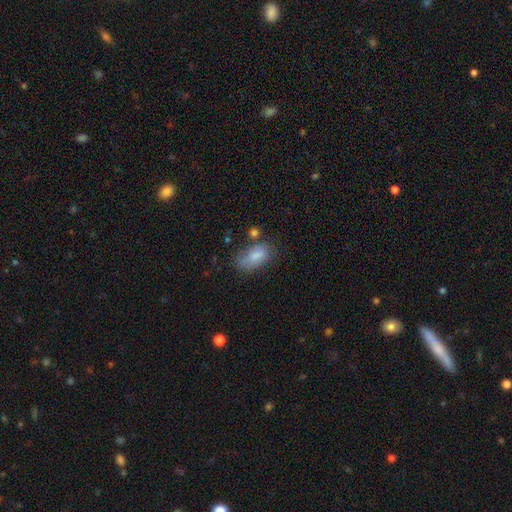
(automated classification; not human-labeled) smooth-or-featured: smooth: 82% | featured or disk: 11% | star or artifact: 8%
  how-rounded: in between: 91% | cigar-shaped: 4% | round: 4%
  merging: none: 56% | minor disturbance: 27% | major disturbance: 10% | merger: 8%